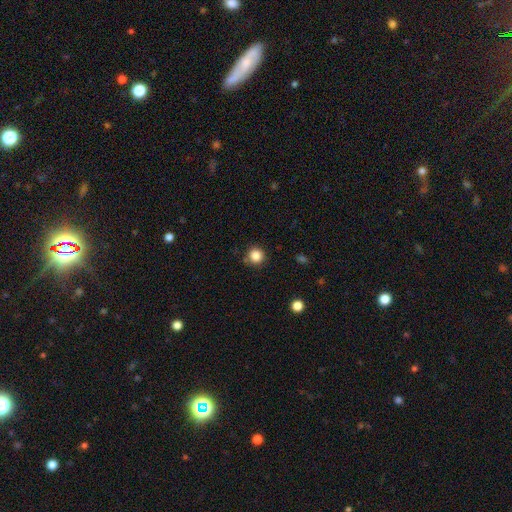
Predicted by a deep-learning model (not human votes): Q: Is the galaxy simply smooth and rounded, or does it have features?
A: smooth — 85%.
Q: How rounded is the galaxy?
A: round — 94%.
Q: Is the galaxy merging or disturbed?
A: none — 85%.